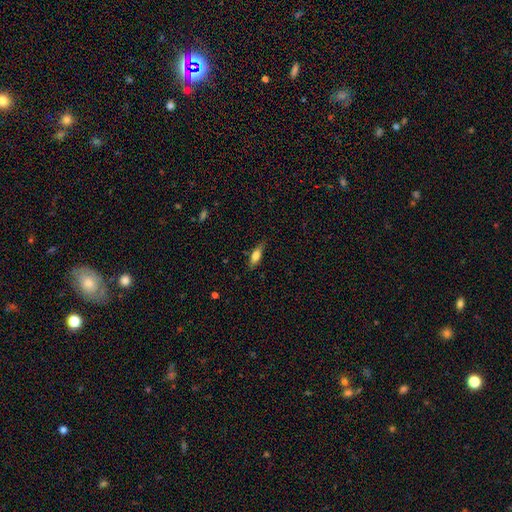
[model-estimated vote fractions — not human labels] The model was most divided on "how rounded": in between: 58%, cigar-shaped: 39%, round: 3%. More confident: merging — none (75%); smooth or featured — smooth (68%).